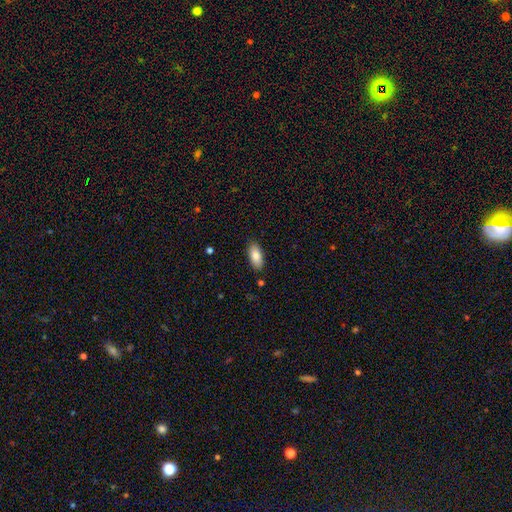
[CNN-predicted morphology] This appears to be a smooth galaxy with no disk features (83%) that is in between round and cigar-shaped (88%). Merging: none (87%).